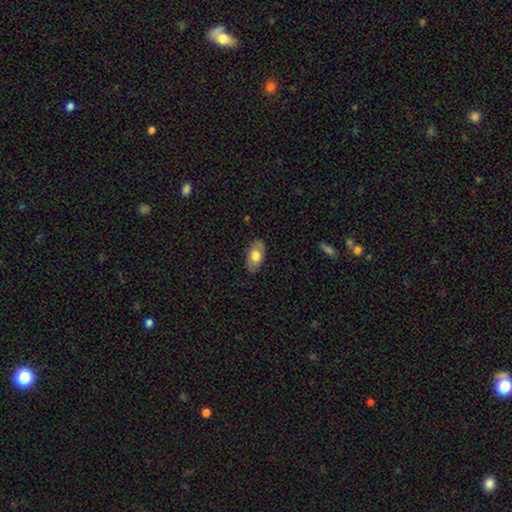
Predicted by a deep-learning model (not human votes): smooth-or-featured: smooth: 71% | featured or disk: 23% | star or artifact: 6%
  how-rounded: in between: 93% | round: 4% | cigar-shaped: 2%
  merging: none: 85% | minor disturbance: 11% | major disturbance: 2% | merger: 1%